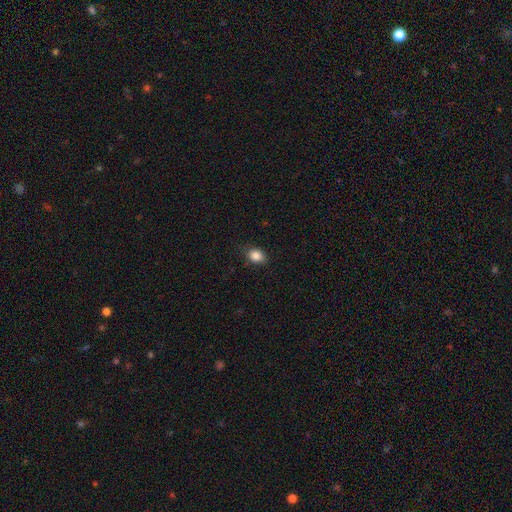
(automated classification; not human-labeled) Smooth or featured? smooth (85%)
How rounded? in between (61%)
Merging? none (82%)